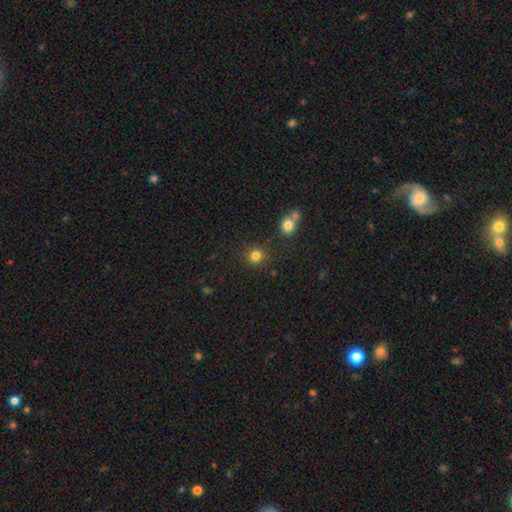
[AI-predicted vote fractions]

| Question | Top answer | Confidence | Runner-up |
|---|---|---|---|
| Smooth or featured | smooth | 81% | star or artifact (14%) |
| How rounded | round | 91% | in between (8%) |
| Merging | none | 86% | minor disturbance (7%) |